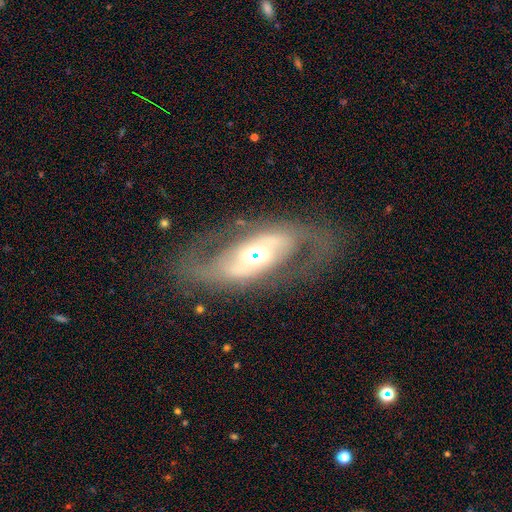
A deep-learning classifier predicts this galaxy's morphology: type=featured or disk (79%); edge-on=no (90%); bar=no (46%); spiral arms=yes (74%); winding=medium (45%); arm count=2 (85%); bulge=moderate (56%); merging=none (73%).